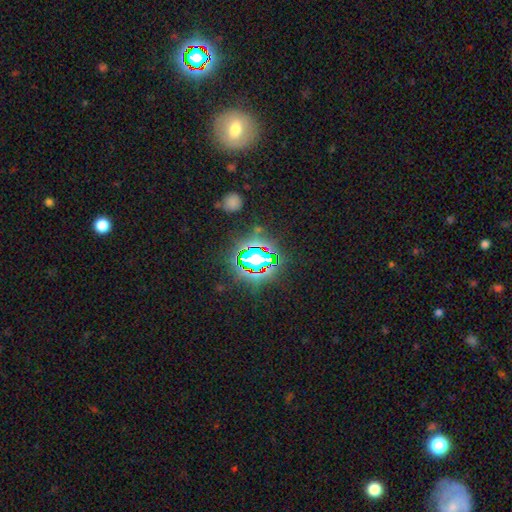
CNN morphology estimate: type=star or artifact (75%).